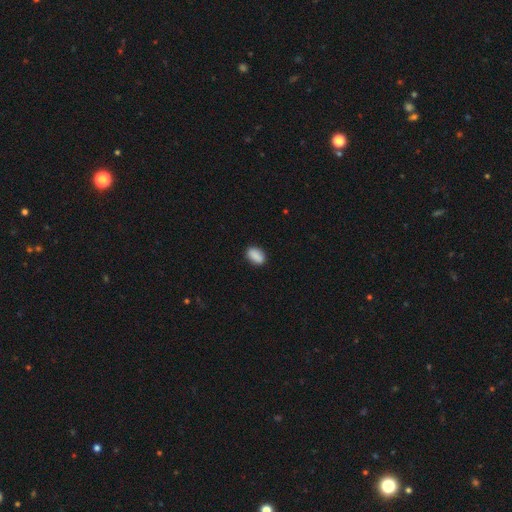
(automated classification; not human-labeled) A smooth galaxy with no disk features (88%) that is in between round and cigar-shaped (88%). Merging: none (87%).